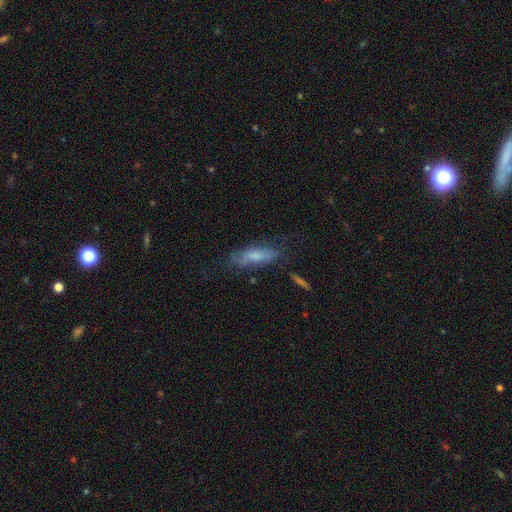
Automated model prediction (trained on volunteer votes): Smooth or featured: smooth — 62% (featured or disk — 30%)
How rounded: cigar-shaped — 50% (in between — 47%)
Merging: none — 59% (minor disturbance — 25%)